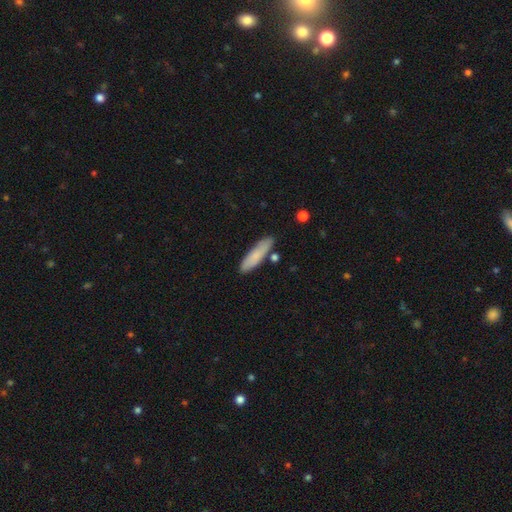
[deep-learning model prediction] This is likely a smooth galaxy (79%). How rounded: likely cigar-shaped (72%). Merging: clearly none (81%).